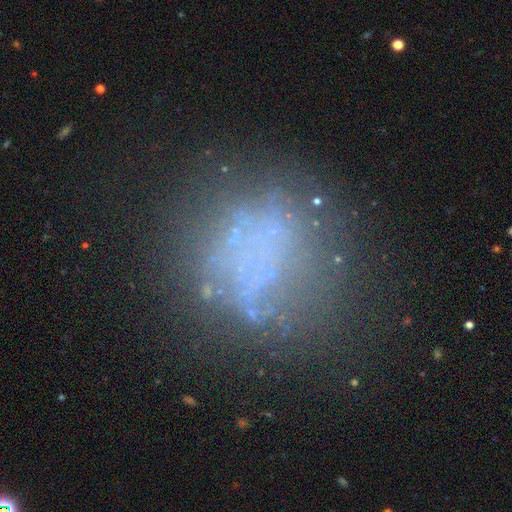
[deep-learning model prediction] Morphology: type=featured or disk (39%); merging=none (62%).